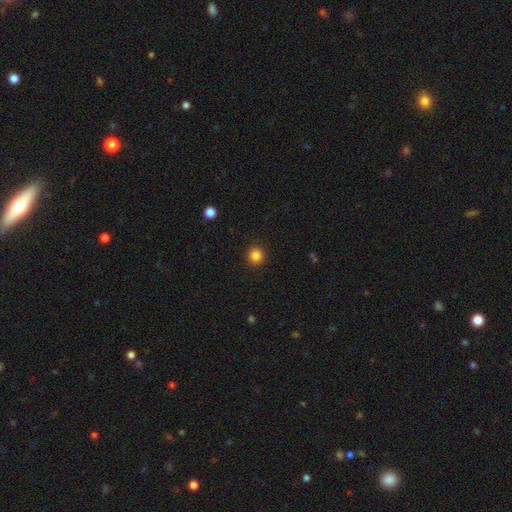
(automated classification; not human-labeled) This is clearly a smooth galaxy (85%). How rounded: clearly round (93%). Merging: clearly none (92%).